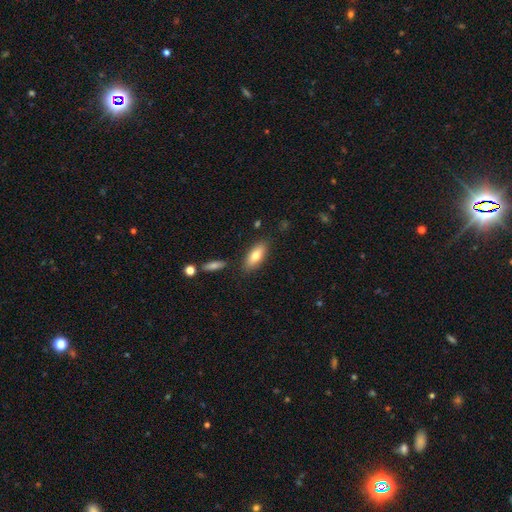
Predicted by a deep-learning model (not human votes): A smooth galaxy with no disk features (74%) that is in between round and cigar-shaped (75%). Merging: none (83%).